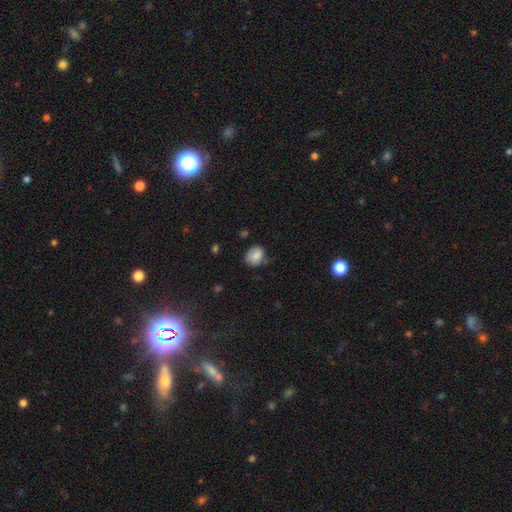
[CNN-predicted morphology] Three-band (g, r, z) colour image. It shows a smooth galaxy with no disk features (78%) that is round (50%). Merging: none (58%).